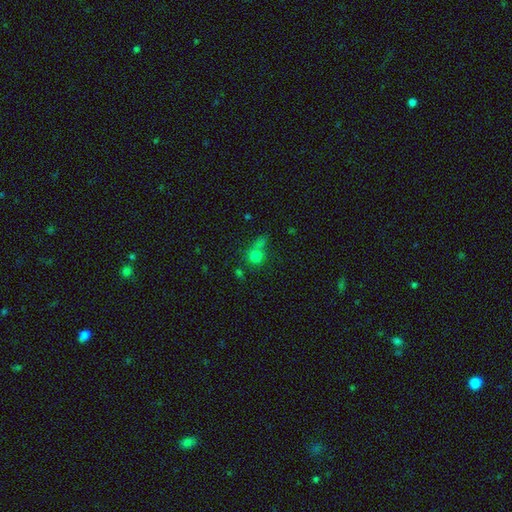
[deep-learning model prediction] Smooth or featured: smooth — 75% (star or artifact — 16%)
How rounded: round — 82% (in between — 17%)
Merging: none — 44% (merger — 37%)